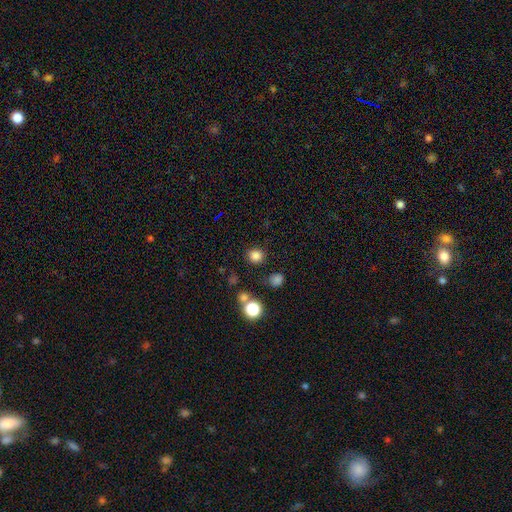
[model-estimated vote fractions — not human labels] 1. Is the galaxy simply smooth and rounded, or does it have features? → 81% smooth, 15% star or artifact, 4% featured or disk.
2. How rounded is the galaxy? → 90% round, 9% in between, 1% cigar-shaped.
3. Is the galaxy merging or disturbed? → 86% none, 7% minor disturbance, 4% merger, 3% major disturbance.